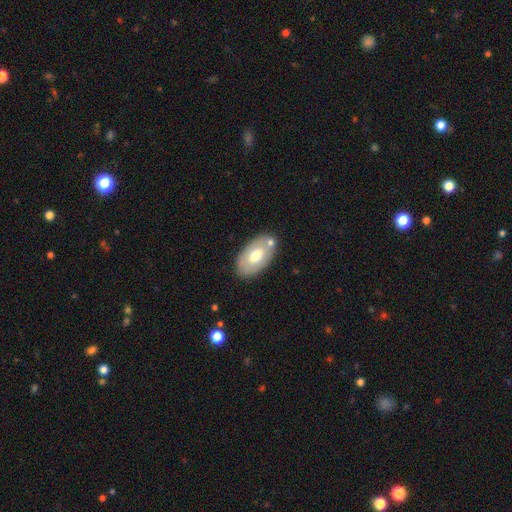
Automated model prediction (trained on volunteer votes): Smooth or featured? Predicted: smooth (p=0.60). How rounded? Predicted: in between (p=0.94). Merging? Predicted: none (p=0.73).